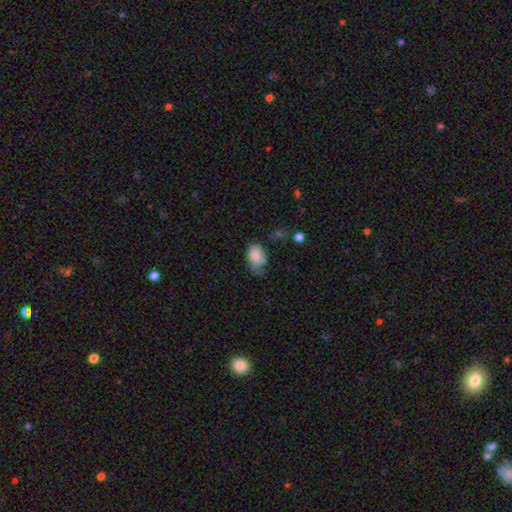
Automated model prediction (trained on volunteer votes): Smooth or featured? Predicted: smooth (p=0.78). How rounded? Predicted: in between (p=0.81). Merging? Predicted: minor disturbance (p=0.39).